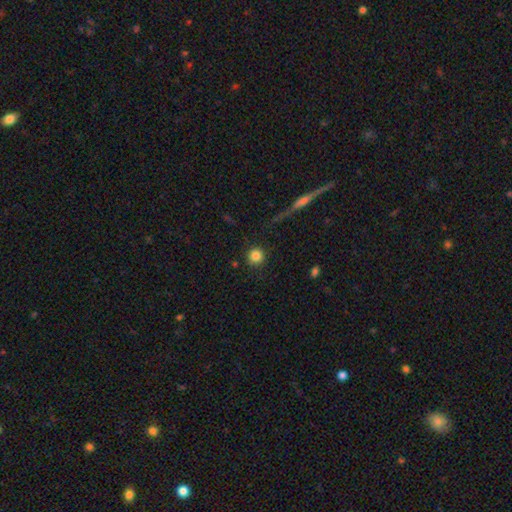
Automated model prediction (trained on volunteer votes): A smooth galaxy with no disk features (84%) that is round (95%). Merging: none (88%).